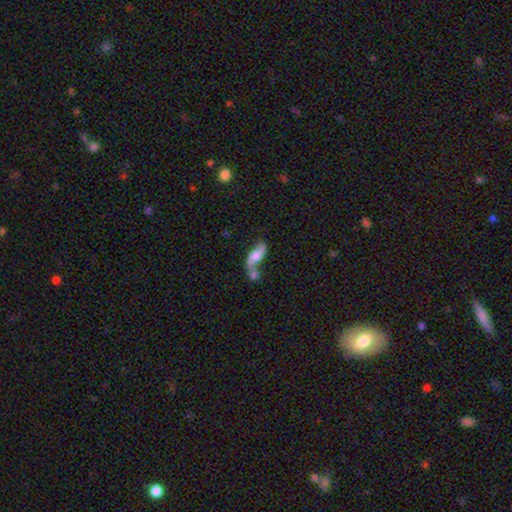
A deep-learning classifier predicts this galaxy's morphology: Smooth or featured? featured or disk (54%)
Edge-on disk? no (84%)
Merging? merger (52%)